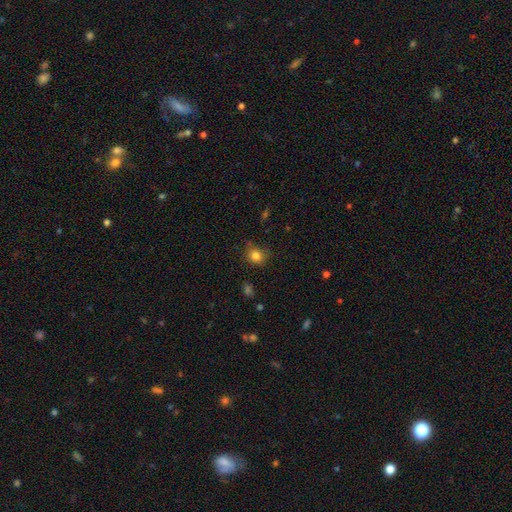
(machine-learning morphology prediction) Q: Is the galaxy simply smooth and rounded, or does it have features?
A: smooth — 82%.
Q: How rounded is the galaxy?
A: round — 79%.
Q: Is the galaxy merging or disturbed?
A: none — 75%.